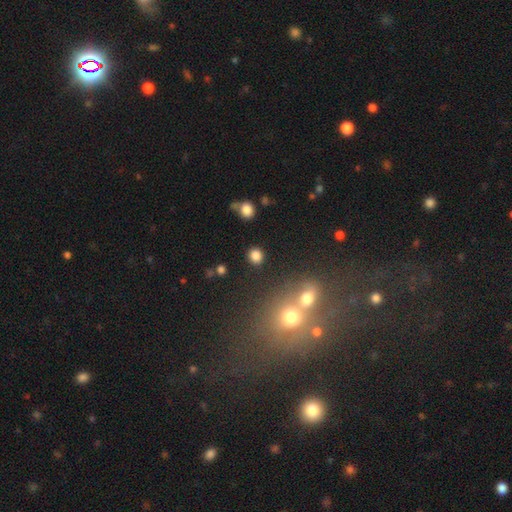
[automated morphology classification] This appears to be a smooth galaxy with no disk features (83%) that is round (82%). Merging: none (86%).